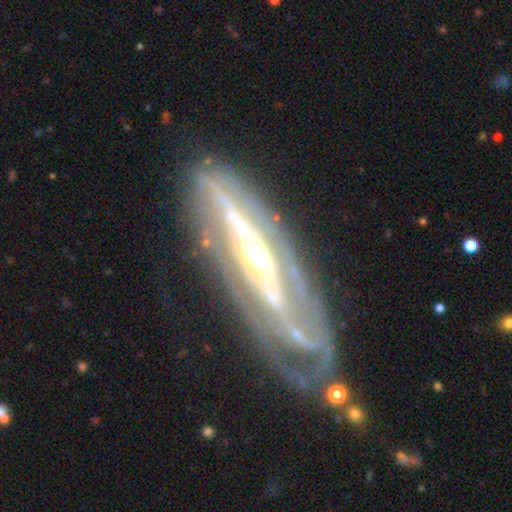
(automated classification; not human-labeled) This appears to be a featured or disk galaxy (88%) with a strong bar (51%), spiral arms (74%) and a moderate central bulge (62%). Merging: none (68%).